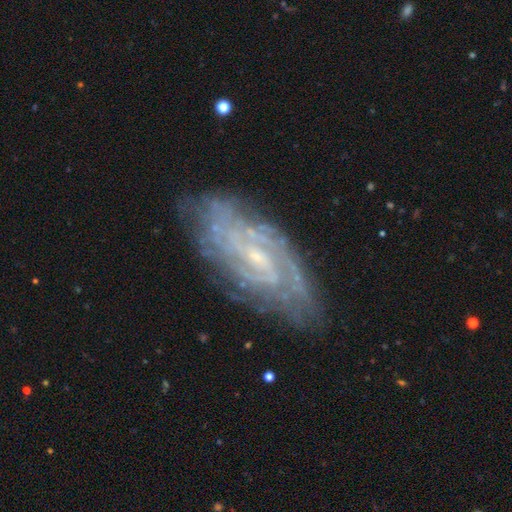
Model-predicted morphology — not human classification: The model was most divided on "bar": weak: 50%, no: 36%, strong: 14%. Remaining: spiral arms — yes (93%); edge-on disk — no (92%); smooth or featured — featured or disk (84%); merging — none (76%); bulge size — small (69%); spiral winding — tight (63%); spiral arm count — can't tell (42%).